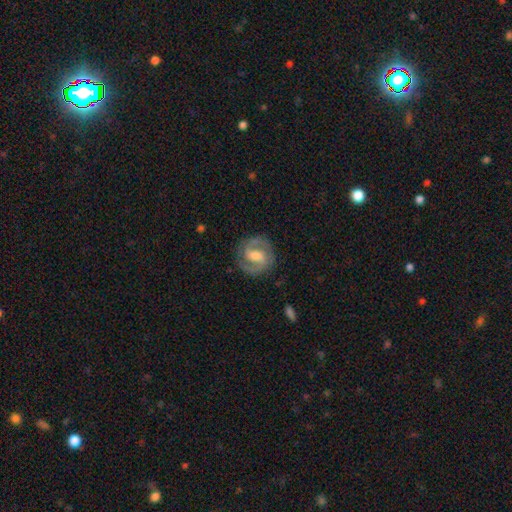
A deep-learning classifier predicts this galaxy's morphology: The model was most divided on "spiral winding": medium: 52%, tight: 36%, loose: 12%. Remaining: edge-on disk — no (98%); spiral arms — yes (95%); spiral arm count — 2 (91%); smooth or featured — featured or disk (84%); merging — none (83%); bar — weak (51%); bulge size — moderate (49%).